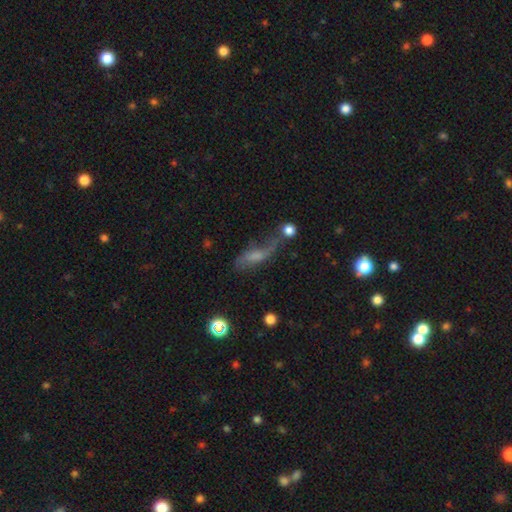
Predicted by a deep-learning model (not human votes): Smooth or featured?
  - featured or disk: 53% *
  - smooth: 30%
  - star or artifact: 17%
Edge-on disk?
  - no: 72% *
  - yes: 28%
Merging?
  - none: 41% *
  - major disturbance: 22%
  - minor disturbance: 21%
  - merger: 16%